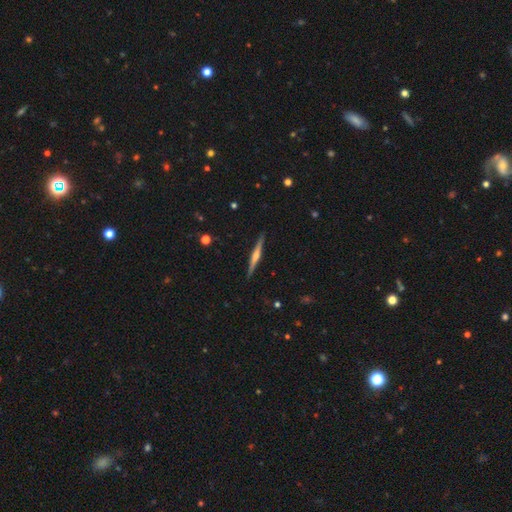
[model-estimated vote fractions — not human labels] Smooth or featured?
  - featured or disk: 72% *
  - smooth: 23%
  - star or artifact: 6%
Edge-on disk?
  - yes: 98% *
  - no: 2%
Edge-on bulge?
  - rounded: 78% *
  - none: 13%
  - boxy: 9%
Merging?
  - none: 91% *
  - minor disturbance: 6%
  - major disturbance: 1%
  - merger: 1%